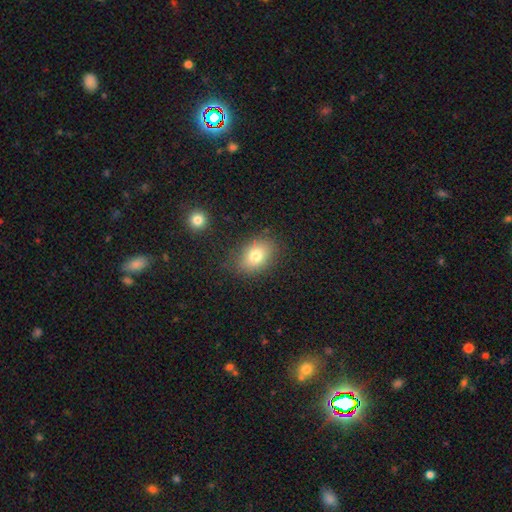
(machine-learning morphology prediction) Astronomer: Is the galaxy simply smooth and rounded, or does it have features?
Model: smooth — 76%.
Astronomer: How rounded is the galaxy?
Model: in between — 74%.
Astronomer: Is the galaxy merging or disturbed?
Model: none — 81%.